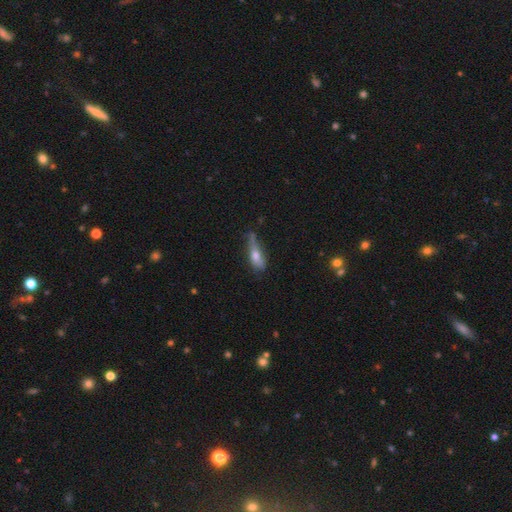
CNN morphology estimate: Q: Smooth or featured?
A: smooth (56%); runner-up: featured or disk (35%)
Q: How rounded?
A: in between (50%); runner-up: cigar-shaped (46%)
Q: Merging?
A: none (39%); runner-up: minor disturbance (37%)